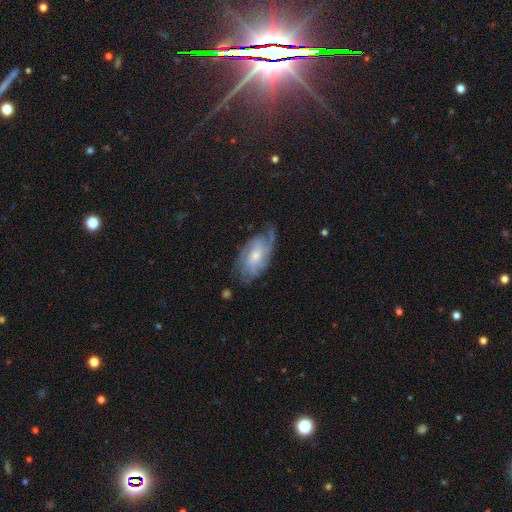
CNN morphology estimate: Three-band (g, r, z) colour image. It shows a featured or disk galaxy (77%) with no bar (63%), tight (42%) spiral arms (91%) and a moderate central bulge (48%). Merging: none (60%).